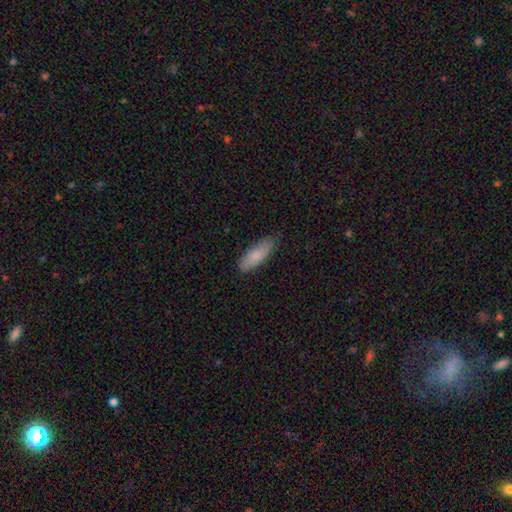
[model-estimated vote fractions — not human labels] This is clearly a smooth galaxy (81%). How rounded: likely in between (62%). Merging: clearly none (83%).